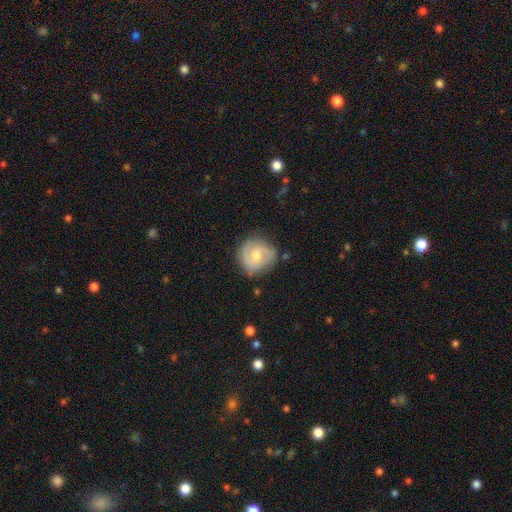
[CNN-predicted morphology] Smooth or featured? featured or disk (74%)
Edge-on disk? no (98%)
Bar? no (56%)
Spiral arms? yes (93%)
Spiral winding? tight (46%)
Spiral arm count? 2 (78%)
Bulge size? moderate (54%)
Merging? none (75%)